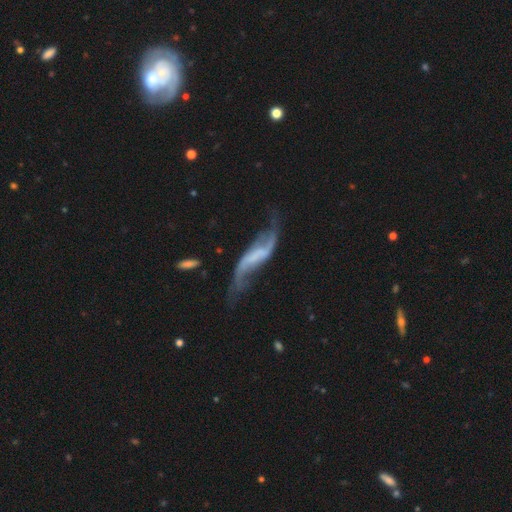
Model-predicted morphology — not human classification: Smooth or featured? featured or disk (84%)
Edge-on disk? no (88%)
Bar? weak (37%)
Spiral arms? yes (93%)
Spiral winding? loose (90%)
Spiral arm count? 2 (91%)
Bulge size? none (57%)
Merging? none (54%)